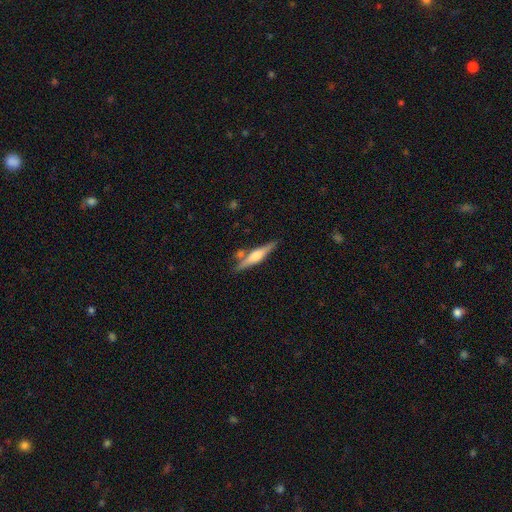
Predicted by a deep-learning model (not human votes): Morphology: type=featured or disk (62%); edge-on=yes (96%); edge-on bulge=rounded (84%); merging=none (77%).